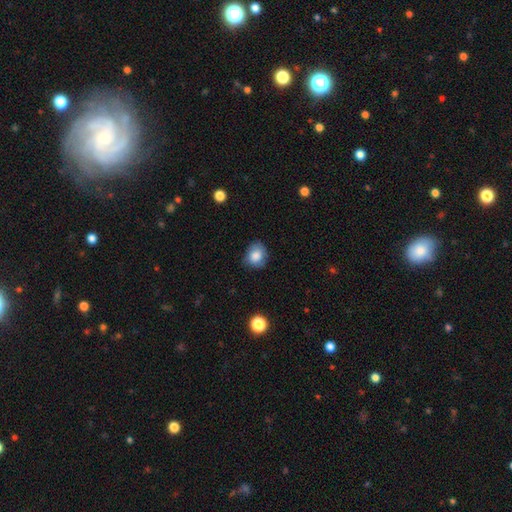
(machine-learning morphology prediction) This appears to be a smooth galaxy with no disk features (81%) that is round (59%). Merging: none (69%).